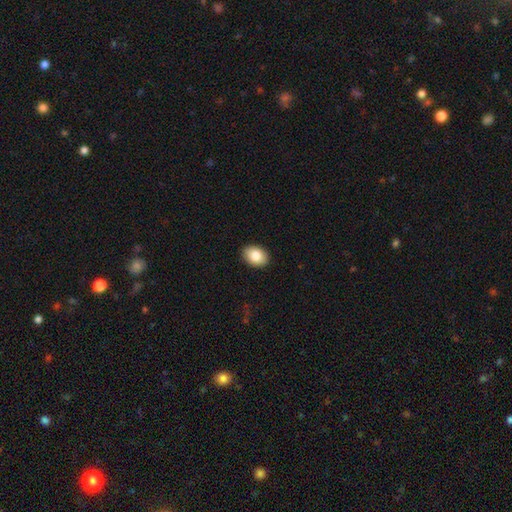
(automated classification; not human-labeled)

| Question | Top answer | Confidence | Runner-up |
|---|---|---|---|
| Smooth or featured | smooth | 85% | featured or disk (8%) |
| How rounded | in between | 80% | round (19%) |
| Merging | none | 91% | minor disturbance (7%) |